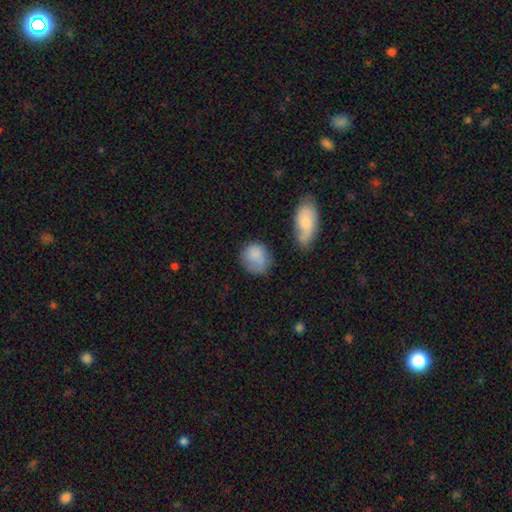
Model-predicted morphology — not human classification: smooth-or-featured: smooth: 81% | featured or disk: 11% | star or artifact: 8%
  how-rounded: round: 65% | in between: 34% | cigar-shaped: 1%
  merging: none: 54% | minor disturbance: 26% | major disturbance: 11% | merger: 8%